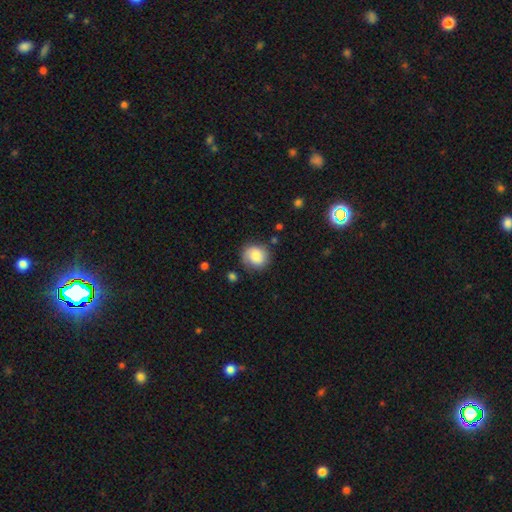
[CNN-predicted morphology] The model was most divided on "merging": none: 74%, minor disturbance: 18%, major disturbance: 5%, merger: 3%. More confident: how rounded — round (83%); smooth or featured — smooth (75%).